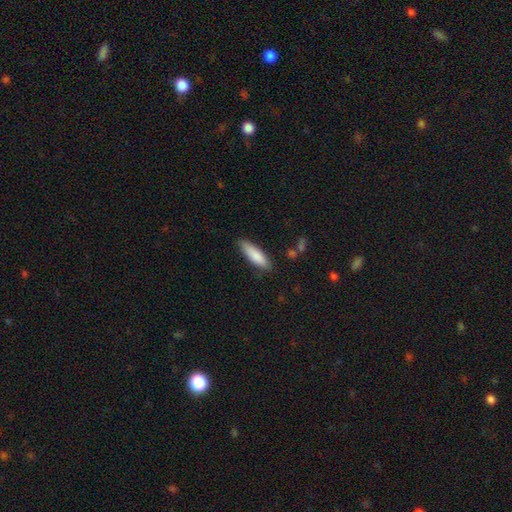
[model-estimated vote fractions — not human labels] smooth_or_featured: smooth (p=0.85) [alt: featured or disk p=0.09]
how_rounded: cigar-shaped (p=0.55) [alt: in between p=0.43]
merging: none (p=0.82) [alt: minor disturbance p=0.14]